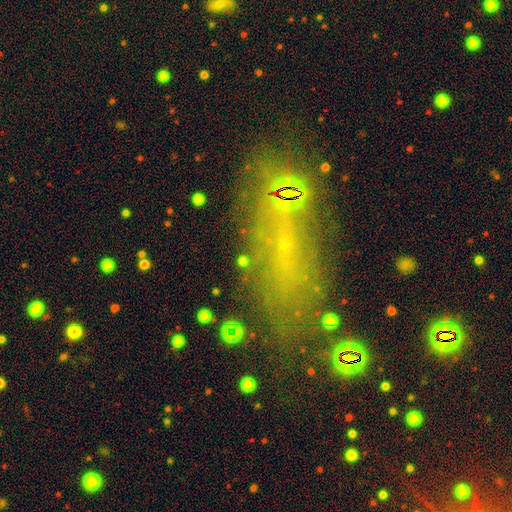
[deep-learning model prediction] Overall: smooth (40%; star or artifact 30%). Merging: none (60%).